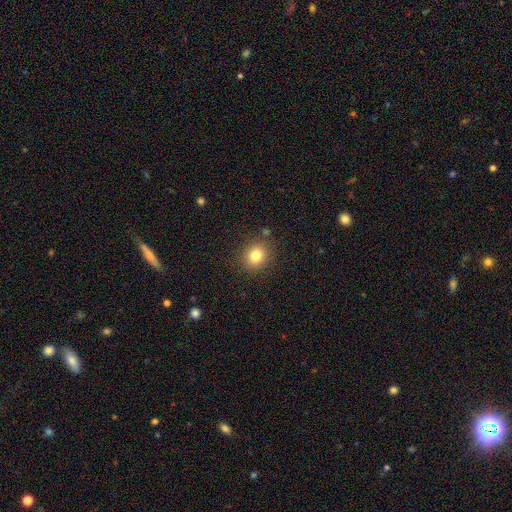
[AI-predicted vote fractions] A smooth galaxy with no disk features (81%) that is round (70%). Merging: none (86%).